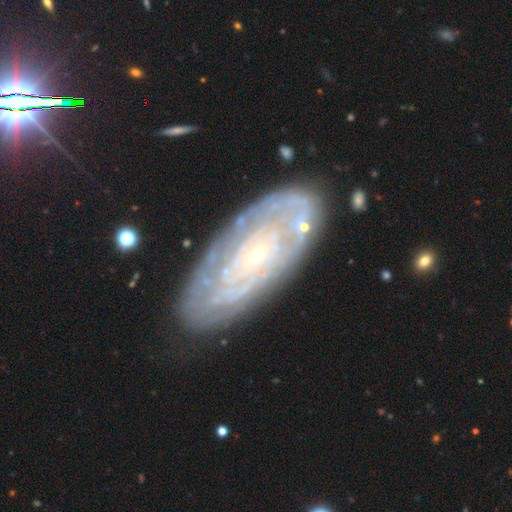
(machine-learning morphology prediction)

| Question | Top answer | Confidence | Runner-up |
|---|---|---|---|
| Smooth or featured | featured or disk | 81% | smooth (13%) |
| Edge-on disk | no | 91% | yes (9%) |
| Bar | no | 75% | weak (19%) |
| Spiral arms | yes | 84% | no (16%) |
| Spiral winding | tight | 80% | medium (16%) |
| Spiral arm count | can't tell | 58% | 2 (15%) |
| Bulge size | small | 86% | moderate (8%) |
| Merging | none | 78% | minor disturbance (15%) |